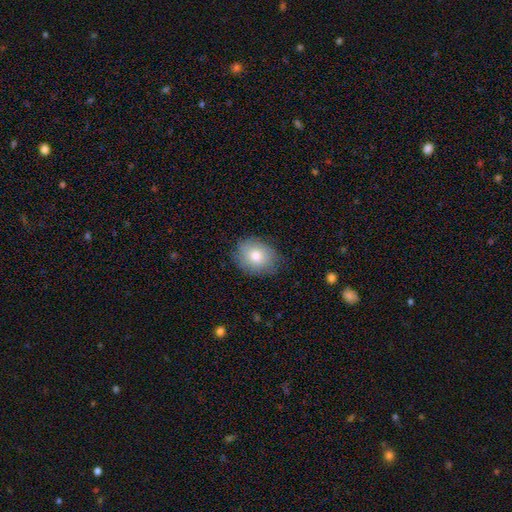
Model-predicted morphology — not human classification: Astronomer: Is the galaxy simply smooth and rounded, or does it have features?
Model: smooth — 77%.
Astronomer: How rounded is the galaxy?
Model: in between — 52% (runner-up: round, 47%).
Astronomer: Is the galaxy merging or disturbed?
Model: none — 78%.